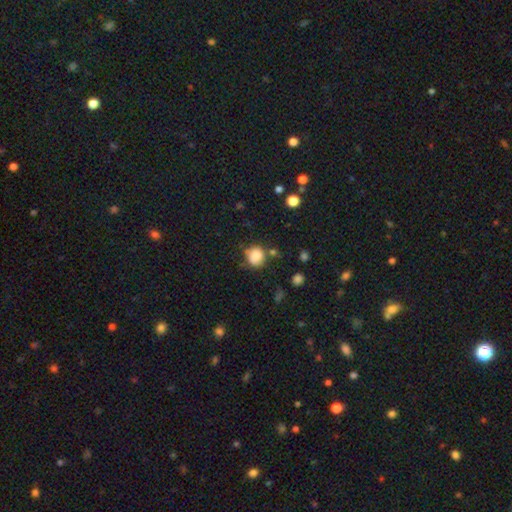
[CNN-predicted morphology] smooth 83%, star or artifact 10%, featured or disk 7%. Down the decision tree: how rounded — round (78%); merging — none (63%).